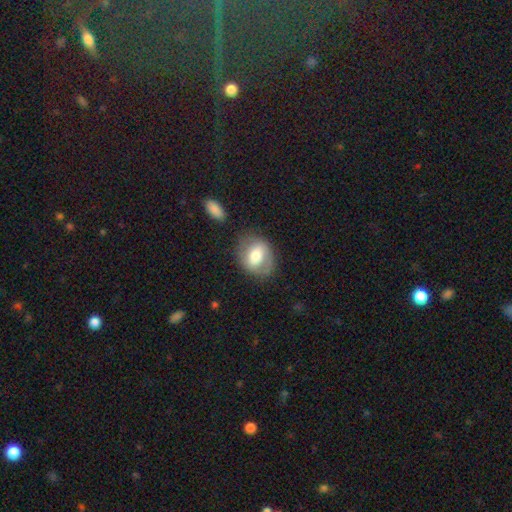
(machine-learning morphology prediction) smooth 54%, featured or disk 39%, star or artifact 7%. Down the decision tree: how rounded — in between (50%); merging — none (71%).